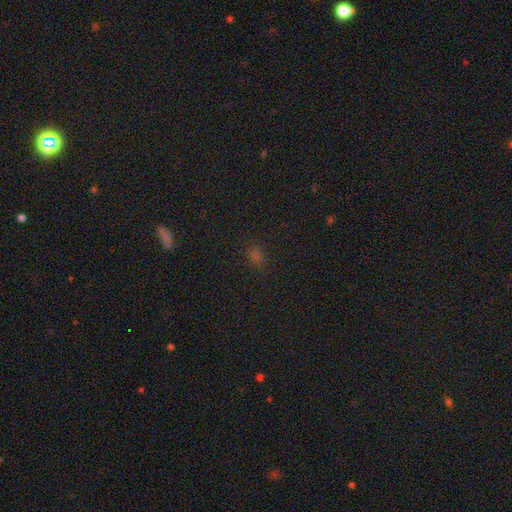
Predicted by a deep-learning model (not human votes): Q: Smooth or featured?
A: smooth (58%); runner-up: star or artifact (36%)
Q: How rounded?
A: round (54%); runner-up: in between (43%)
Q: Merging?
A: none (85%); runner-up: minor disturbance (9%)